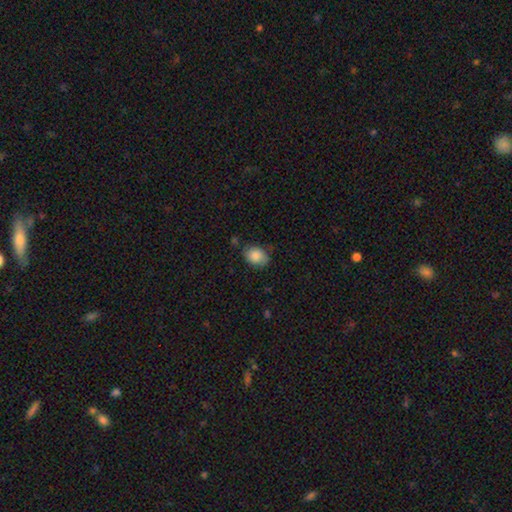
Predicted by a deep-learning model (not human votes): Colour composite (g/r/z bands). It shows a smooth galaxy with no disk features (86%) that is in between round and cigar-shaped (69%). Merging: none (73%).